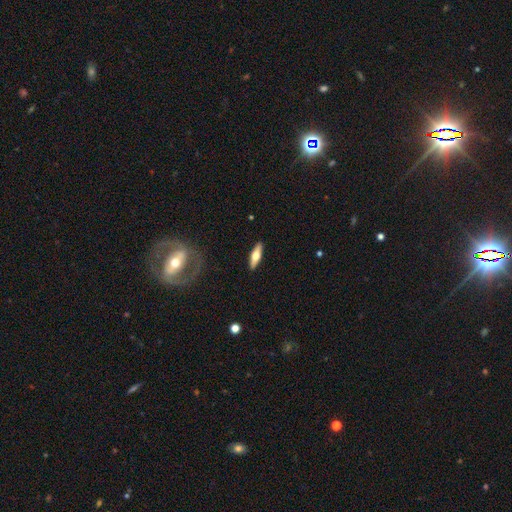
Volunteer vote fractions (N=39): Smooth or featured? featured or disk (54%)
Edge-on disk? yes (81%)
Edge-on bulge? rounded (100%)
Merging? none (95%)